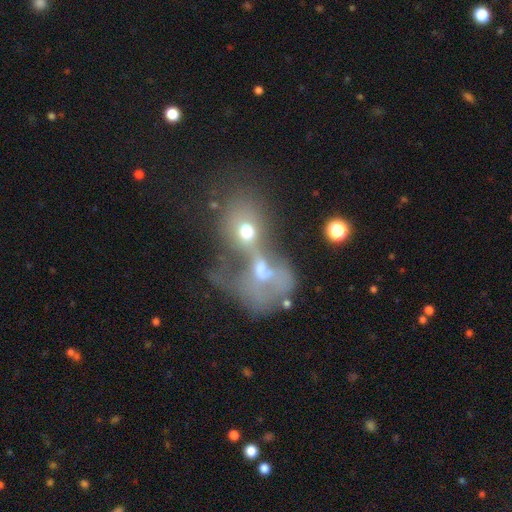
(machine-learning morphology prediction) Smooth or featured? featured or disk (51%)
Edge-on disk? no (93%)
Merging? merger (68%)